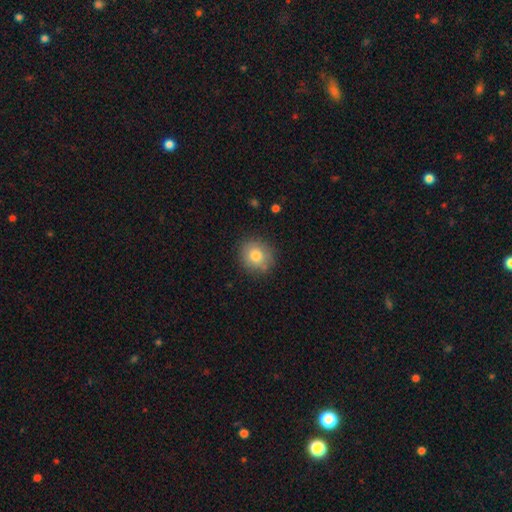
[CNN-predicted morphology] Smooth or featured: smooth — 79% (featured or disk — 12%)
How rounded: round — 84% (in between — 15%)
Merging: none — 83% (minor disturbance — 12%)